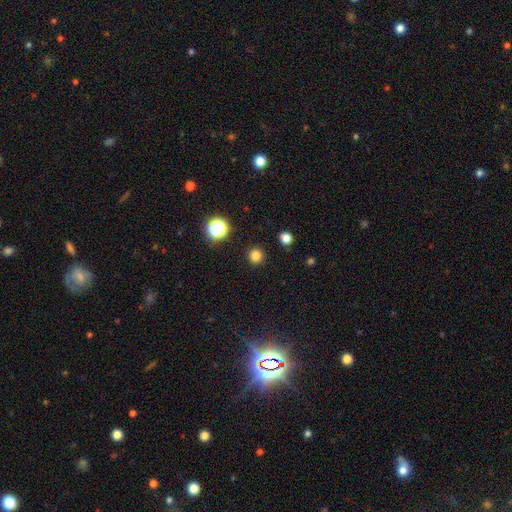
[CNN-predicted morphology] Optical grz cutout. It shows a smooth galaxy with no disk features (81%) that is round (95%). Merging: none (92%).